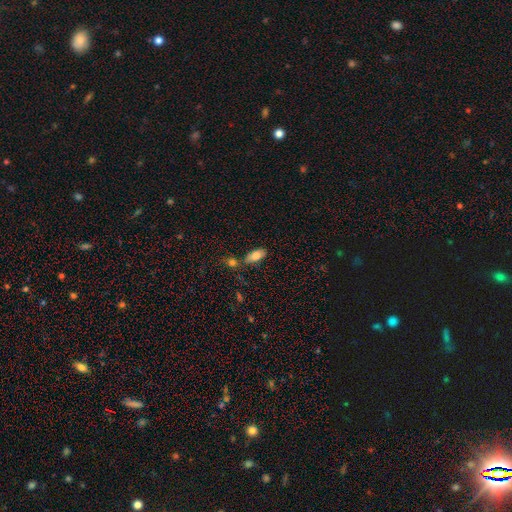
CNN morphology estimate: Smooth or featured? Predicted: smooth (p=0.78). How rounded? Predicted: in between (p=0.87). Merging? Predicted: none (p=0.64).